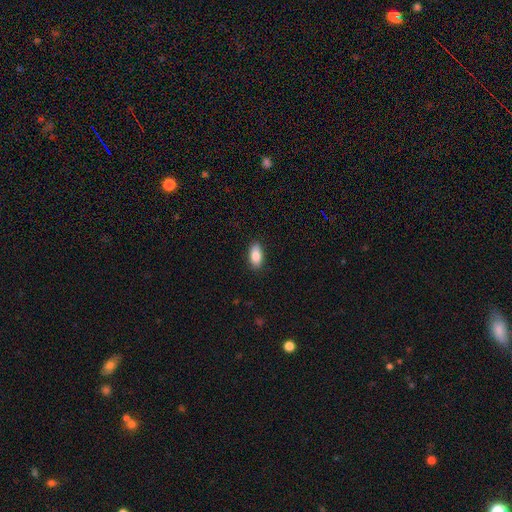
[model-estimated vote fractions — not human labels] smooth 87%, star or artifact 7%, featured or disk 6%. Down the decision tree: how rounded — in between (90%); merging — none (86%).